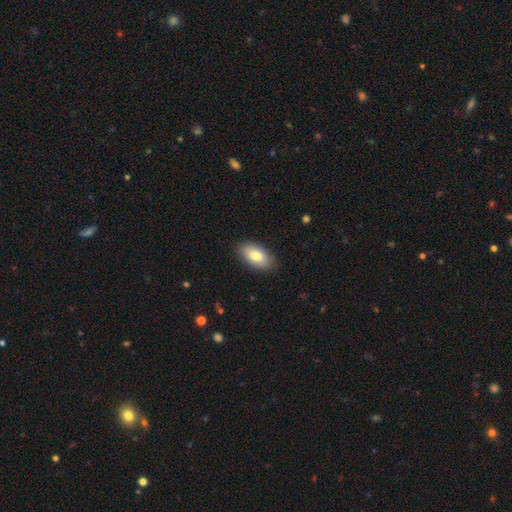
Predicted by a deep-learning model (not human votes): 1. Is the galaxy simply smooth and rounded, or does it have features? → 79% smooth, 15% featured or disk, 6% star or artifact.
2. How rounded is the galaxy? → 94% in between, 4% round, 2% cigar-shaped.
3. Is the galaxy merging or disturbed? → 85% none, 11% minor disturbance, 2% major disturbance, 1% merger.